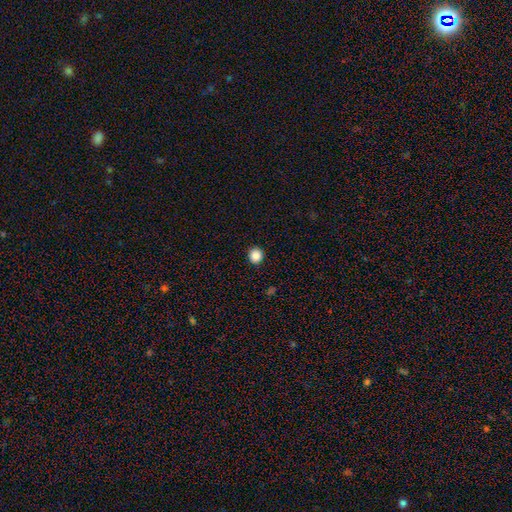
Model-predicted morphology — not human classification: Smooth or featured: smooth — 86% (star or artifact — 10%)
How rounded: round — 92% (in between — 7%)
Merging: none — 93% (minor disturbance — 5%)